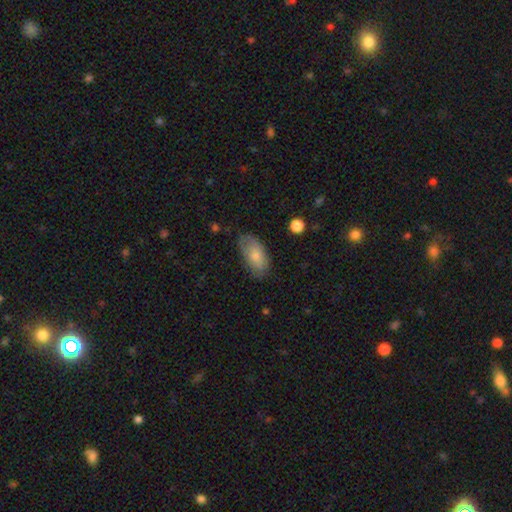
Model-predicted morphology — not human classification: A smooth galaxy with no disk features (73%) that is in between round and cigar-shaped (93%).

Vote fractions:
- Smooth or featured? smooth: 73% / featured or disk: 20% / star or artifact: 6%
- How rounded? in between: 93% / round: 4% / cigar-shaped: 3%
- Merging? none: 63% / minor disturbance: 27% / major disturbance: 8% / merger: 2%